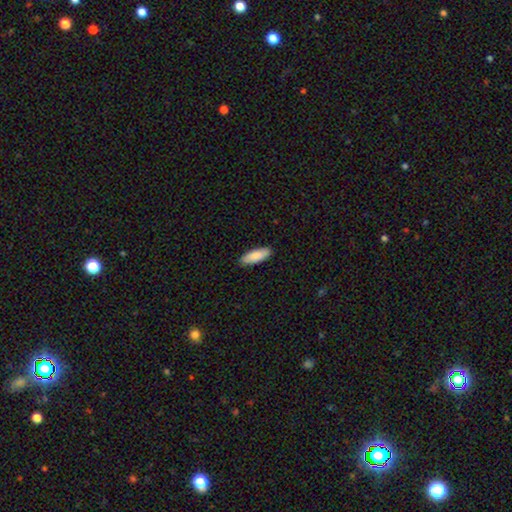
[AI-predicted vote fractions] A smooth galaxy with no disk features (86%) that is in between round and cigar-shaped (67%).

Vote fractions:
- Smooth or featured? smooth: 86% / featured or disk: 8% / star or artifact: 5%
- How rounded? in between: 67% / cigar-shaped: 32% / round: 2%
- Merging? none: 89% / minor disturbance: 8% / major disturbance: 1% / merger: 1%